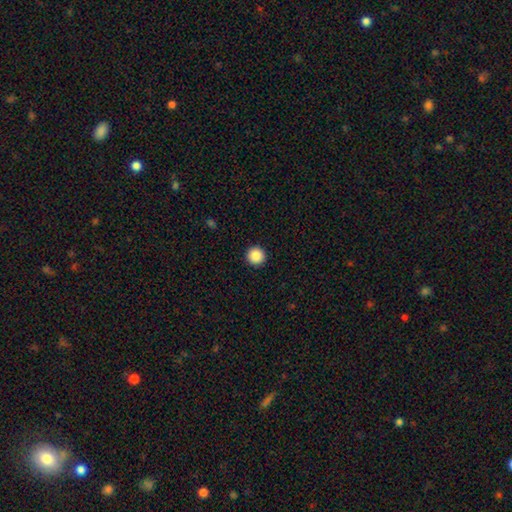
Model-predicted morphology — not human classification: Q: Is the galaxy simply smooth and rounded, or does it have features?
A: smooth — 88%.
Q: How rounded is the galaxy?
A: round — 97%.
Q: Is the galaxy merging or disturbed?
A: none — 94%.